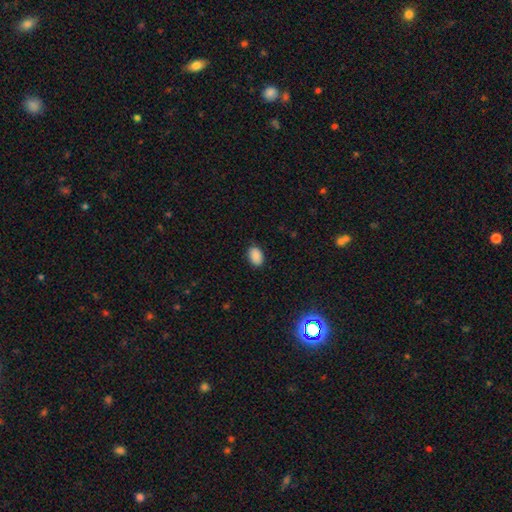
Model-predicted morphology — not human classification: smooth 89%, star or artifact 8%, featured or disk 3%. Down the decision tree: how rounded — in between (85%); merging — none (86%).